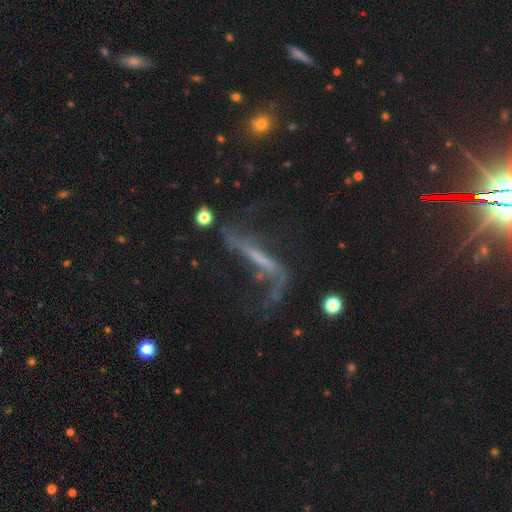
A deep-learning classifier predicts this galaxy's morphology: Smooth or featured: featured or disk — 70% (smooth — 17%)
Edge-on disk: no — 65% (yes — 35%)
Merging: none — 38% (major disturbance — 35%)